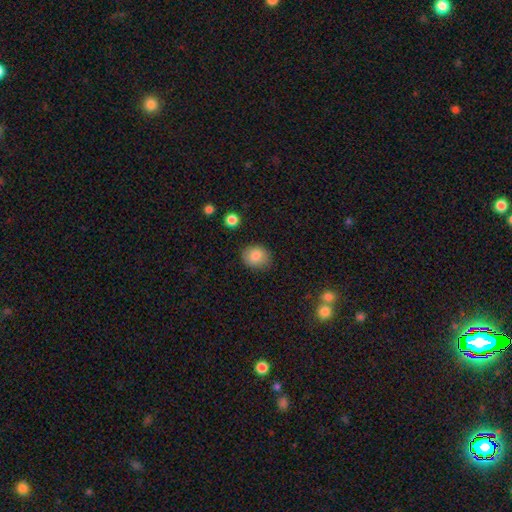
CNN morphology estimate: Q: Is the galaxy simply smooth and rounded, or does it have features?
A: smooth — 84%.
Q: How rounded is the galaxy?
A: round — 59%.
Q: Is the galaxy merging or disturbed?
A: none — 82%.